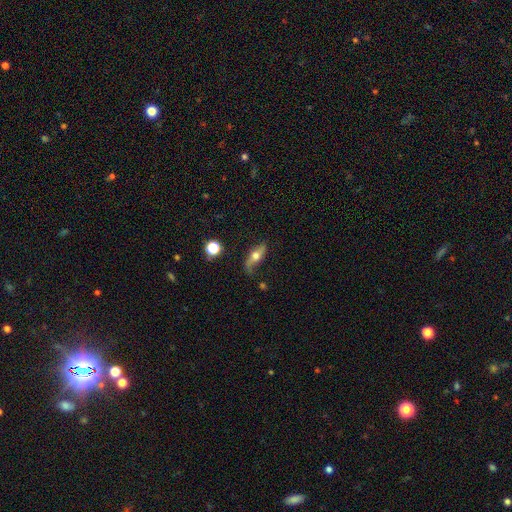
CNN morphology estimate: type=featured or disk (53%); edge-on=no (55%); merging=none (66%).